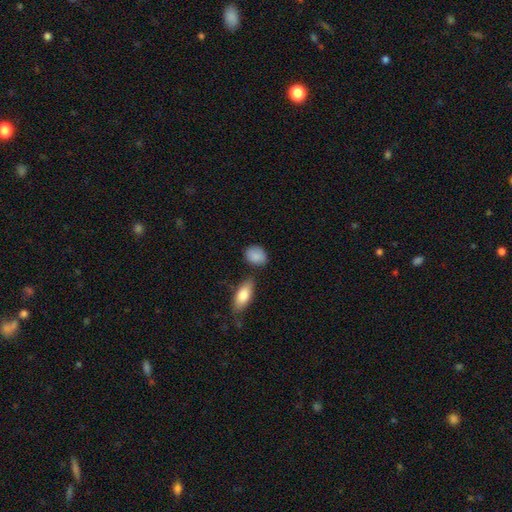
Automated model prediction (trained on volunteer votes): Overall: smooth (87%). How rounded: in between (63%; round 34%). Merging: none (71%).